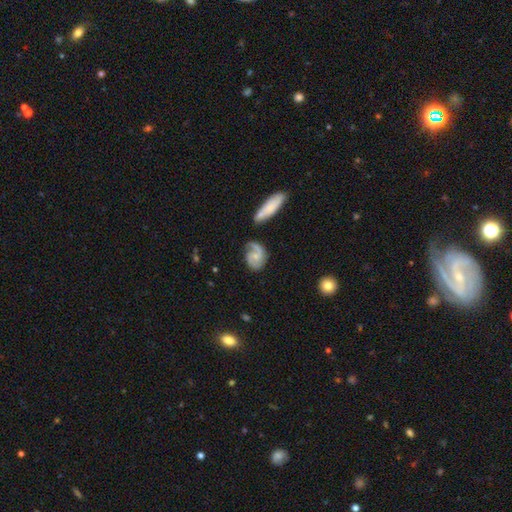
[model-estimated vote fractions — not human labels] A featured or disk galaxy (79%) with no bar (56%), 2 (78%) medium (50%) spiral arms (95%) and a small central bulge (54%).

Vote fractions:
- Smooth or featured? featured or disk: 79% / smooth: 15% / star or artifact: 6%
- Edge-on disk? no: 97% / yes: 3%
- Bar? no: 56% / weak: 36% / strong: 7%
- Spiral arms? yes: 95% / no: 5%
- Spiral winding? medium: 50% / tight: 26% / loose: 24%
- Spiral arm count? 2: 78% / 1: 13% / can't tell: 5% / 3: 2% / 4: 1% / more than 4: 1%
- Bulge size? small: 54% / moderate: 28% / none: 15% / large: 2% / dominant: 1%
- Merging? none: 64% / minor disturbance: 20% / major disturbance: 10% / merger: 6%